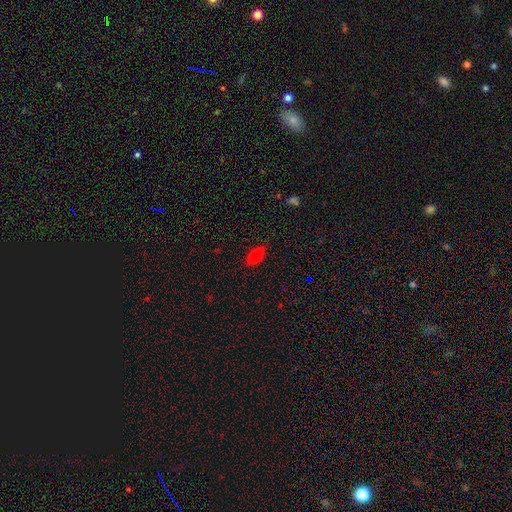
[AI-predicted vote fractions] Smooth or featured: smooth — 78% (featured or disk — 12%)
How rounded: in between — 75% (cigar-shaped — 22%)
Merging: none — 85% (minor disturbance — 12%)